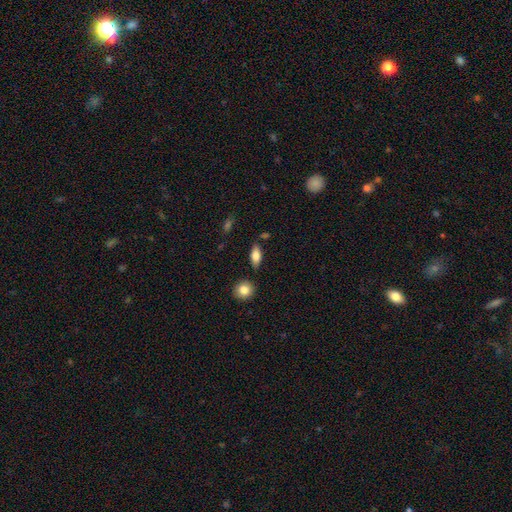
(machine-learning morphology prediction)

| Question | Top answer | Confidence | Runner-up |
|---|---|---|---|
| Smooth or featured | smooth | 75% | featured or disk (18%) |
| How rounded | in between | 82% | cigar-shaped (14%) |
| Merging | none | 82% | minor disturbance (11%) |